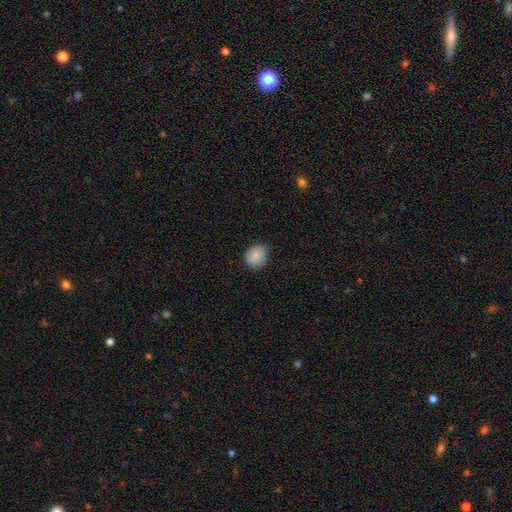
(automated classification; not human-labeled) Smooth or featured: smooth — 87% (star or artifact — 9%)
How rounded: round — 65% (in between — 34%)
Merging: none — 74% (minor disturbance — 22%)